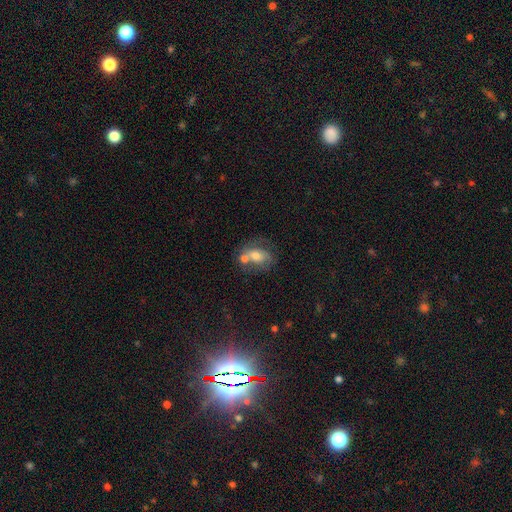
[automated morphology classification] This is possibly a smooth galaxy (48%). Merging: marginally merger (37%).